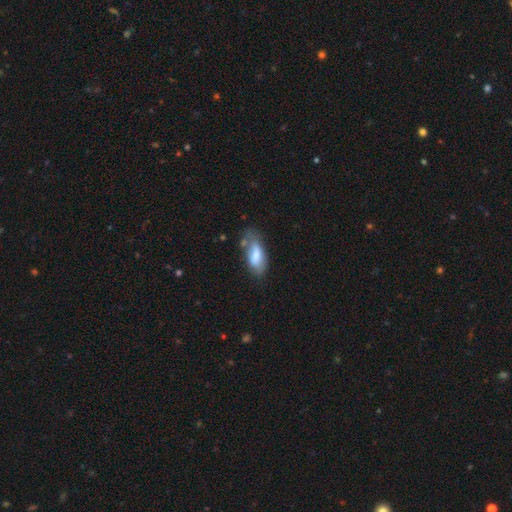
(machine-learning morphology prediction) This is likely a smooth galaxy (71%). How rounded: clearly in between (82%). Merging: possibly none (47%).